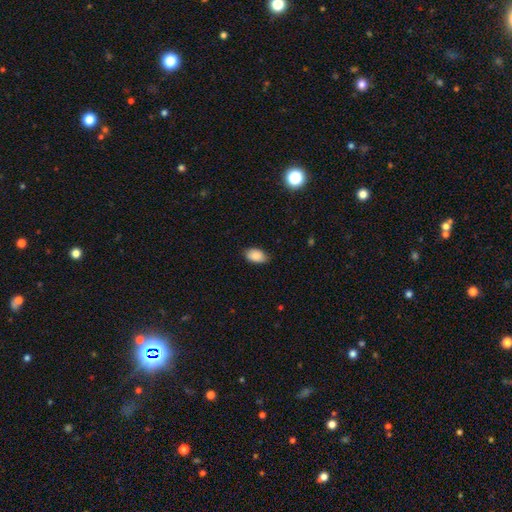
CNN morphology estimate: A smooth galaxy with no disk features (88%) that is in between round and cigar-shaped (92%). Merging: none (82%).